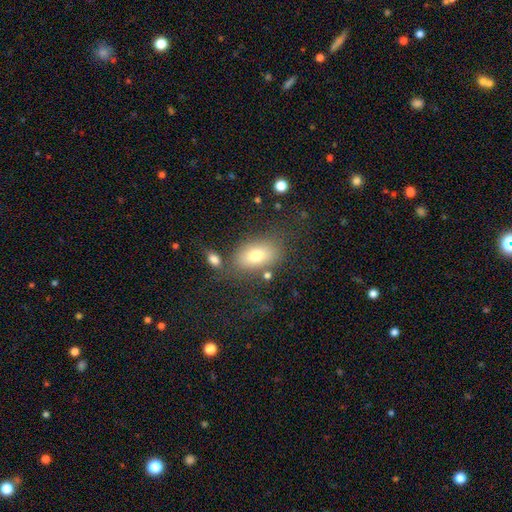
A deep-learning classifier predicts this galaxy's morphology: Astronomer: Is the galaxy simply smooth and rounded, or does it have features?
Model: smooth — 75%.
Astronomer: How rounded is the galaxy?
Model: in between — 86%.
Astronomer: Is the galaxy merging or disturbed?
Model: none — 69%.